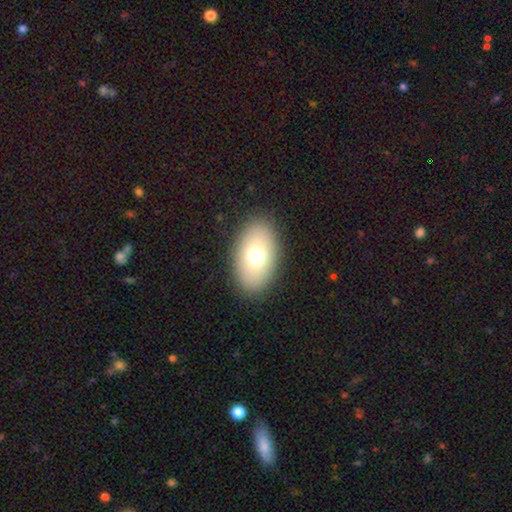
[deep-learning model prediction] Morphology: type=smooth (69%); roundness=in between (87%); merging=none (87%).